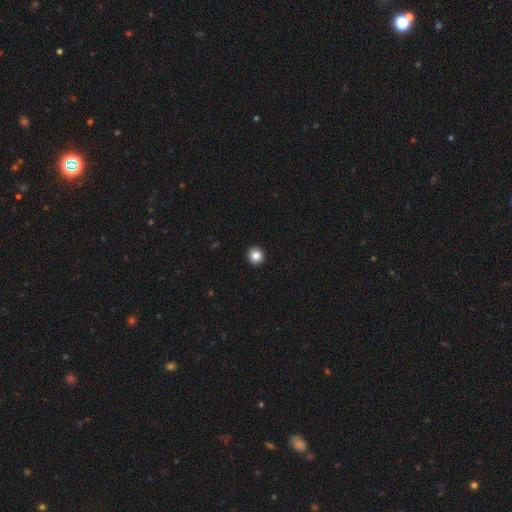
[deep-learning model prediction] Smooth or featured?
  - smooth: 85% *
  - star or artifact: 10%
  - featured or disk: 5%
How rounded?
  - round: 91% *
  - in between: 8%
  - cigar-shaped: 1%
Merging?
  - none: 94% *
  - minor disturbance: 4%
  - major disturbance: 1%
  - merger: 1%